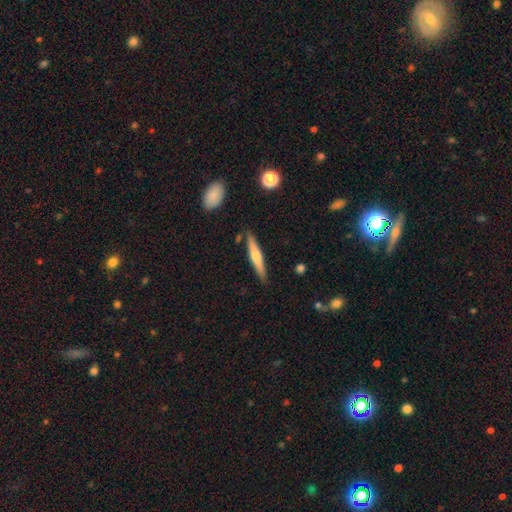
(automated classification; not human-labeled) featured or disk 51%, smooth 43%, star or artifact 6%. Down the decision tree: edge-on disk — yes (96%); merging — none (87%).